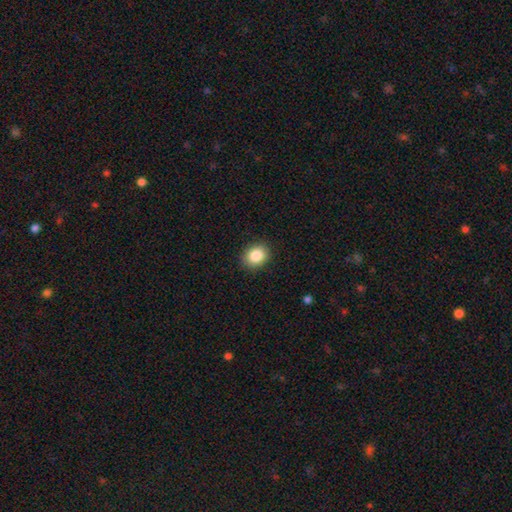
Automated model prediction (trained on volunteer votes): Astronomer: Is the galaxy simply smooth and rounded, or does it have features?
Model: smooth — 86%.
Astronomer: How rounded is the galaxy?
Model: round — 56% (runner-up: in between, 44%).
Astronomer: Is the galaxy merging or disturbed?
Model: none — 90%.